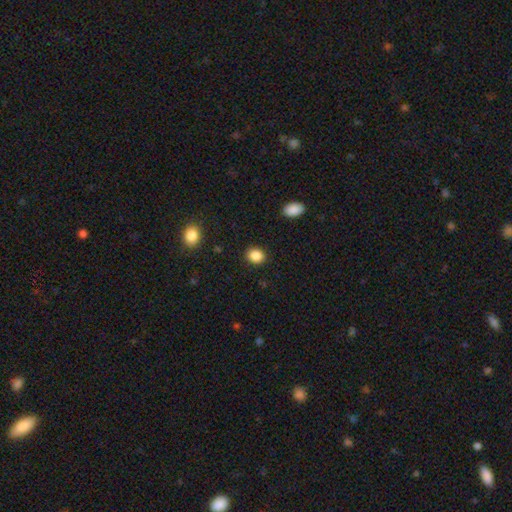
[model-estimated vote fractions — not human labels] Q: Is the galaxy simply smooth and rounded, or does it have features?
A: smooth — 87%.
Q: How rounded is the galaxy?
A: round — 58%.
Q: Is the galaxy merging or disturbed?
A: none — 89%.